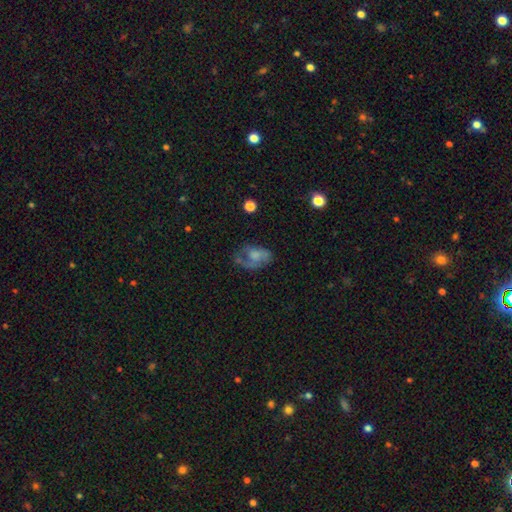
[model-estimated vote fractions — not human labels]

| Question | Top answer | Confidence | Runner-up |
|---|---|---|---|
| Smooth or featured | smooth | 46% | featured or disk (43%) |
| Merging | none | 36% | major disturbance (34%) |